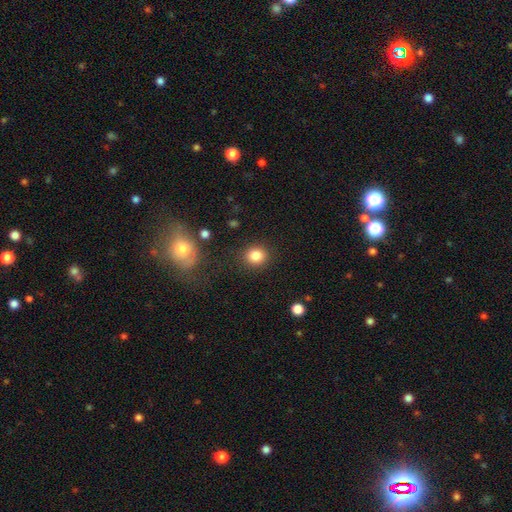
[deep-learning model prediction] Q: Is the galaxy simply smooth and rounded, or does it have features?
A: smooth — 84%.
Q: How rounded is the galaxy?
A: round — 82%.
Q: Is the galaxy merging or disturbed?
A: none — 88%.